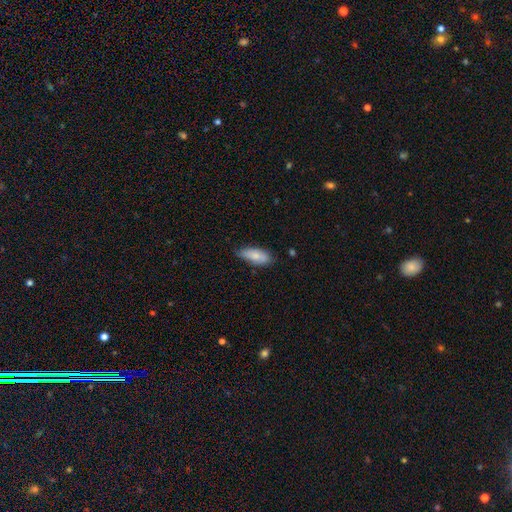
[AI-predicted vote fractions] smooth 79%, featured or disk 15%, star or artifact 6%. Down the decision tree: how rounded — in between (77%); merging — none (70%).